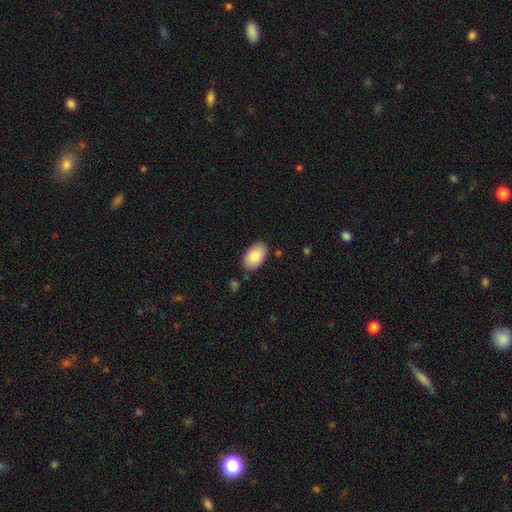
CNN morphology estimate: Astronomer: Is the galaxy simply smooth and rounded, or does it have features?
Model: smooth — 88%.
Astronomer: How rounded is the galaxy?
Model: in between — 95%.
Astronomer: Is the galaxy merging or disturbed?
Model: none — 84%.